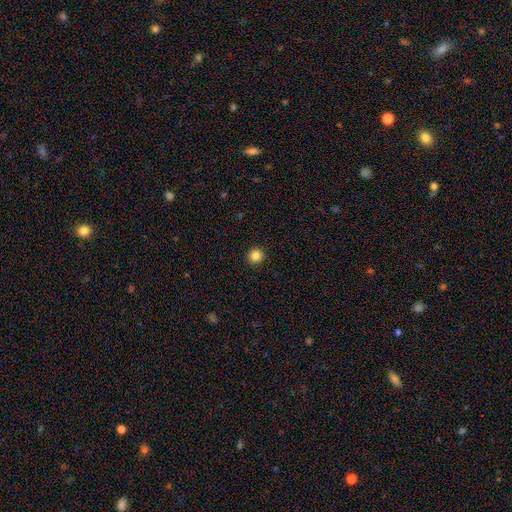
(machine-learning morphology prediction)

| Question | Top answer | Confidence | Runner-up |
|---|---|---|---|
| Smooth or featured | smooth | 84% | star or artifact (11%) |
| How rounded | round | 93% | in between (6%) |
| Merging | none | 93% | minor disturbance (5%) |